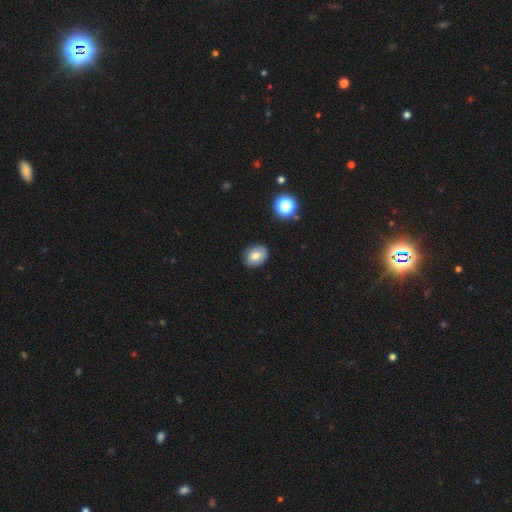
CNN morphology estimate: Smooth or featured?
  - smooth: 72% *
  - featured or disk: 18%
  - star or artifact: 10%
How rounded?
  - in between: 53% *
  - round: 46%
  - cigar-shaped: 1%
Merging?
  - none: 86% *
  - minor disturbance: 10%
  - major disturbance: 2%
  - merger: 1%